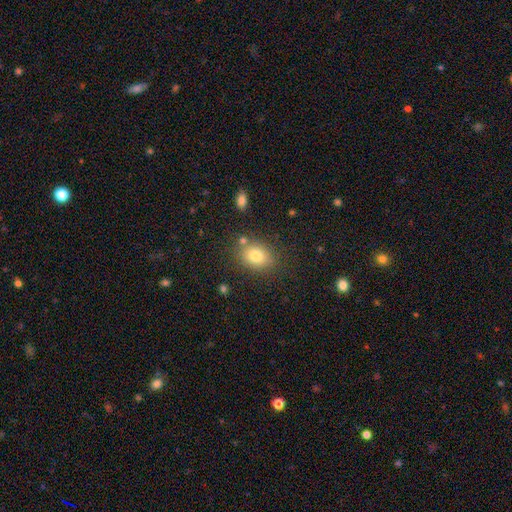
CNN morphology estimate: A smooth galaxy with no disk features (79%) that is in between round and cigar-shaped (54%). Merging: none (77%).